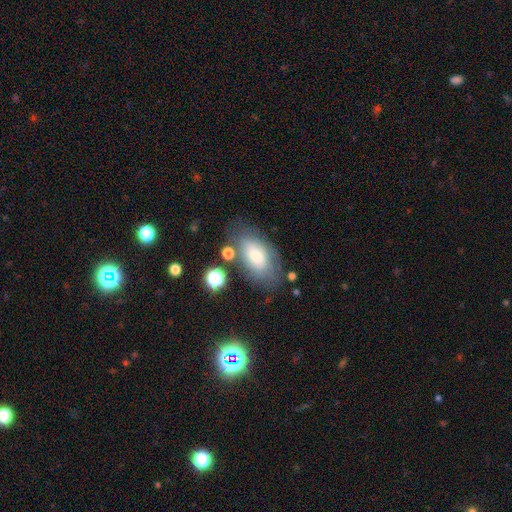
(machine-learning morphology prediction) Smooth or featured?
  - smooth: 65% *
  - featured or disk: 26%
  - star or artifact: 10%
How rounded?
  - in between: 91% *
  - round: 5%
  - cigar-shaped: 3%
Merging?
  - none: 67% *
  - minor disturbance: 19%
  - major disturbance: 8%
  - merger: 6%